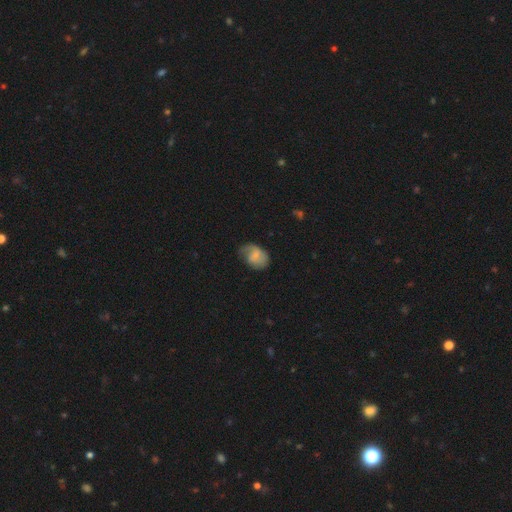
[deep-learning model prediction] smooth-or-featured: smooth: 58% | featured or disk: 34% | star or artifact: 8%
  how-rounded: in between: 74% | round: 25% | cigar-shaped: 1%
  merging: none: 47% | minor disturbance: 34% | major disturbance: 18% | merger: 2%